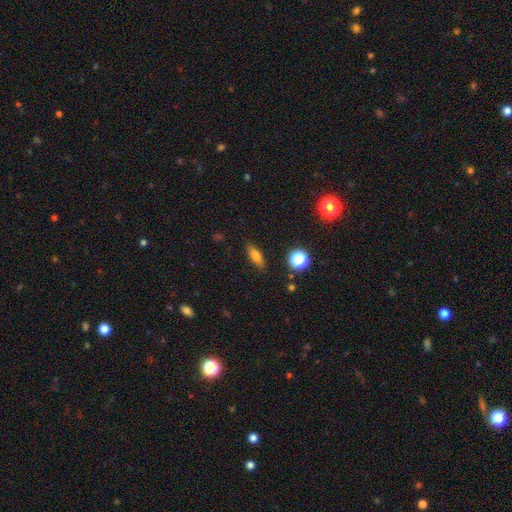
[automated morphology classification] type=smooth (74%); roundness=in between (58%); merging=none (87%).